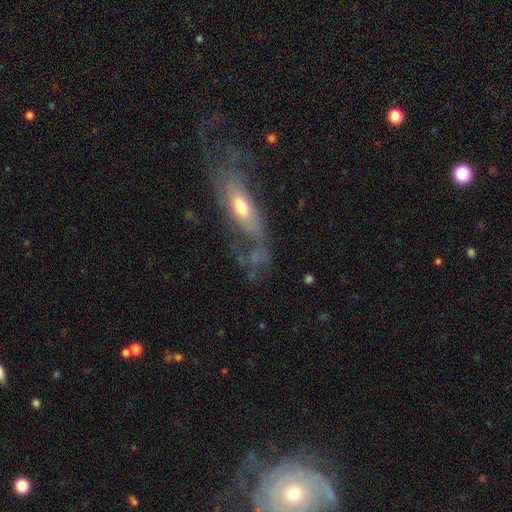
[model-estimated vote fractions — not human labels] This is possibly a featured or disk galaxy (58%). It is likely not viewed edge-on (76%). Merging: marginally none (42%).